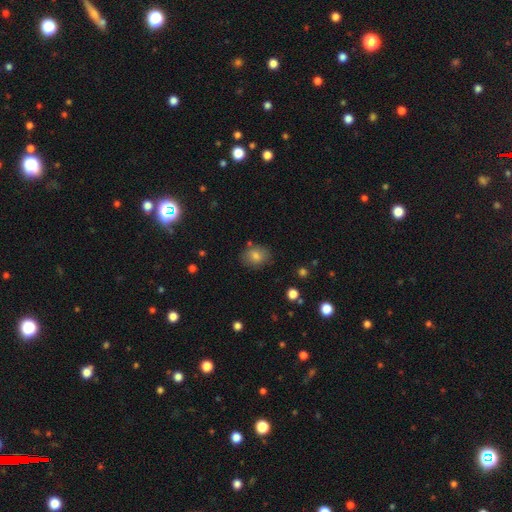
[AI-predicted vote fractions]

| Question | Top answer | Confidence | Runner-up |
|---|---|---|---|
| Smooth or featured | smooth | 77% | star or artifact (12%) |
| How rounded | in between | 53% | round (45%) |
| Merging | none | 79% | minor disturbance (14%) |